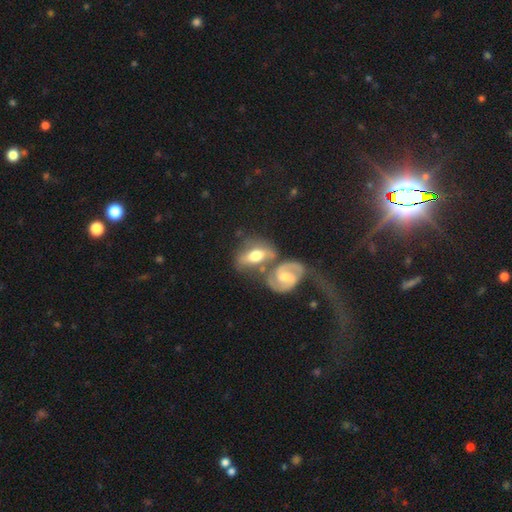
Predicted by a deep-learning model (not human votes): The model was most divided on "bar": weak: 41%, no: 34%, strong: 26%. Remaining: edge-on disk — no (88%); spiral arms — yes (82%); bulge size — moderate (59%); smooth or featured — featured or disk (57%); merging — merger (47%).